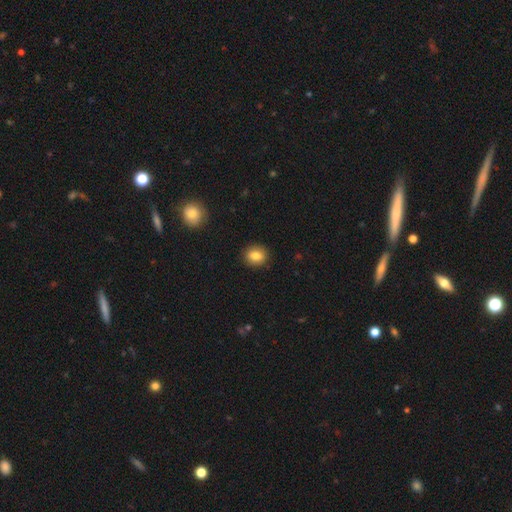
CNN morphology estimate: Overall: smooth (82%). How rounded: round (70%). Merging: none (90%).